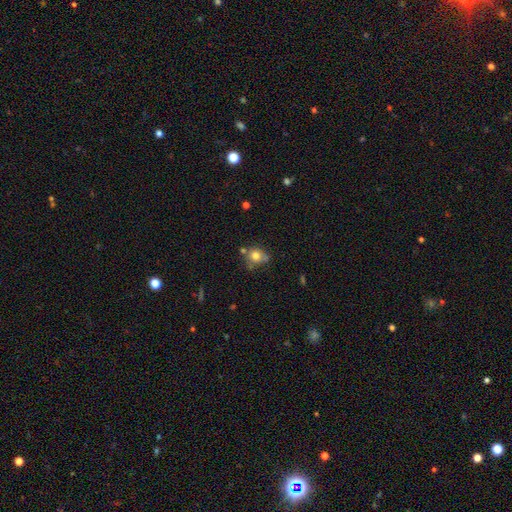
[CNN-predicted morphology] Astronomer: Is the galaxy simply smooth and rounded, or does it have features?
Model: smooth — 74%.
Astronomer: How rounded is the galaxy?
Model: round — 71%.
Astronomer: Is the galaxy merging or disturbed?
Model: none — 54%.